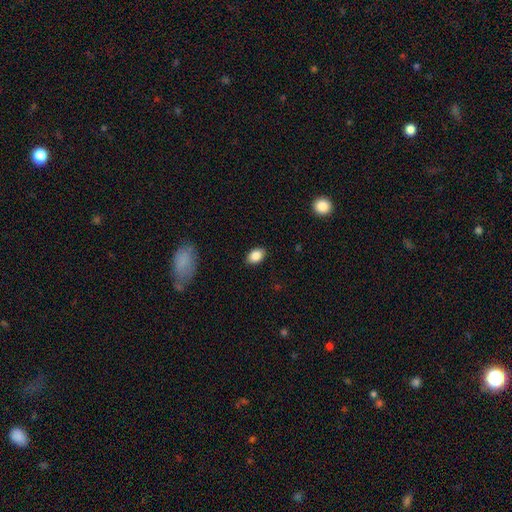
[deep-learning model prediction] Morphology: type=smooth (87%); roundness=in between (85%); merging=none (88%).